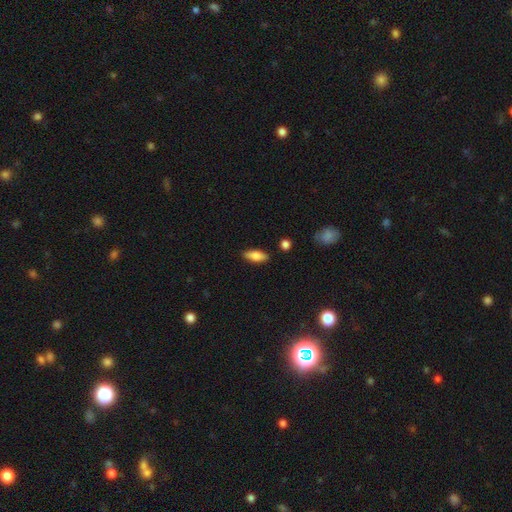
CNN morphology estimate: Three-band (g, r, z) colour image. It shows a smooth galaxy with no disk features (74%) that is in between round and cigar-shaped (75%). Merging: none (86%).